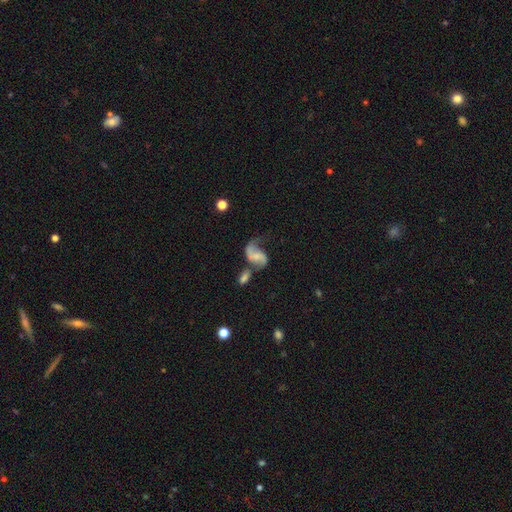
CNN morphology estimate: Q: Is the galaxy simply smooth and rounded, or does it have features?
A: featured or disk — 75%.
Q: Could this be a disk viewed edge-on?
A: no — 97%.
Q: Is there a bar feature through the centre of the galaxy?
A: no — 52%.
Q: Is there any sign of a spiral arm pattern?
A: yes — 90%.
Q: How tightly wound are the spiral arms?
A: loose — 67%.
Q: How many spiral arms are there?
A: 2 — 80%.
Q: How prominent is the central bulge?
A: small — 46%.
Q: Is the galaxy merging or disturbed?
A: merger — 35%.